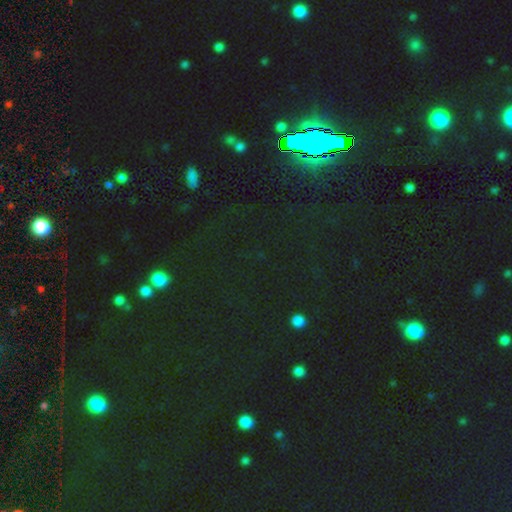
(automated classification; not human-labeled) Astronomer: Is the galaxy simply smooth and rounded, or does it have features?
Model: star or artifact — 77%.